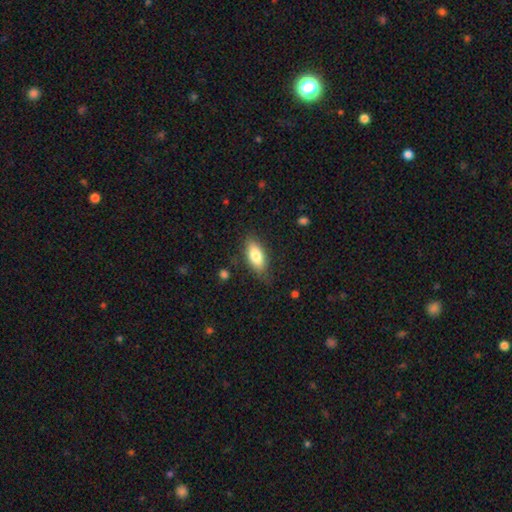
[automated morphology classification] This appears to be a smooth galaxy with no disk features (78%) that is in between round and cigar-shaped (81%). Merging: none (77%).